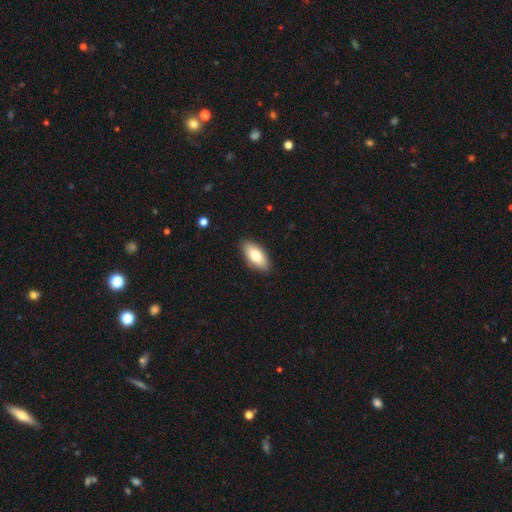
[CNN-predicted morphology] Smooth or featured: smooth — 76% (featured or disk — 17%)
How rounded: in between — 87% (cigar-shaped — 11%)
Merging: none — 88% (minor disturbance — 9%)